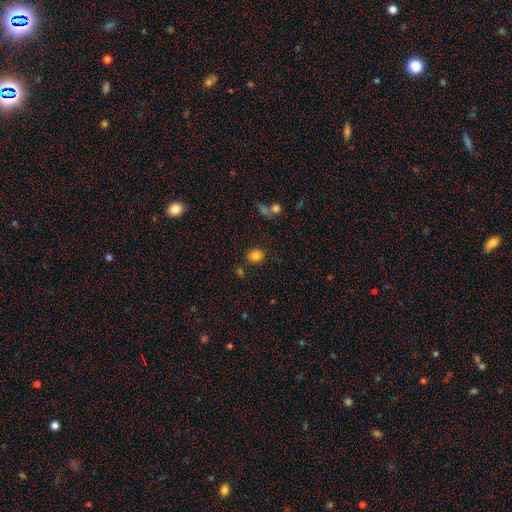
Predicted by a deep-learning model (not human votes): A smooth galaxy with no disk features (83%) that is round (62%).

Vote fractions:
- Smooth or featured? smooth: 83% / star or artifact: 11% / featured or disk: 5%
- How rounded? round: 62% / in between: 37% / cigar-shaped: 1%
- Merging? none: 82% / minor disturbance: 10% / merger: 5% / major disturbance: 3%